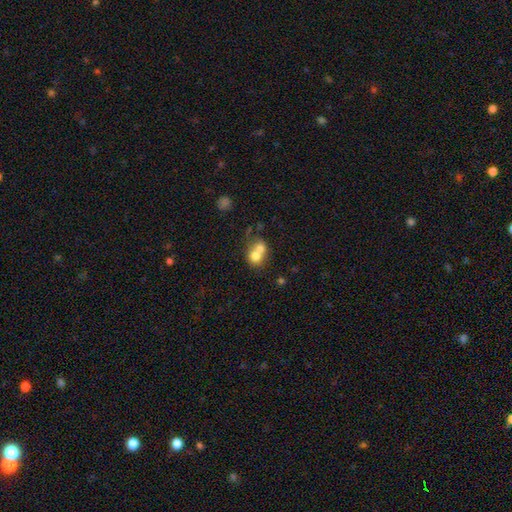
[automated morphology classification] smooth 70%, featured or disk 21%, star or artifact 9%. Down the decision tree: how rounded — round (67%); merging — merger (68%).